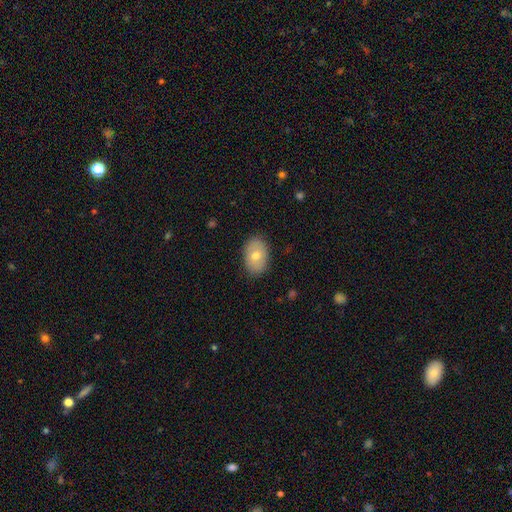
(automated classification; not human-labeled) smooth_or_featured: smooth (p=0.69) [alt: featured or disk p=0.24]
how_rounded: in between (p=0.86) [alt: round p=0.13]
merging: none (p=0.87) [alt: minor disturbance p=0.10]